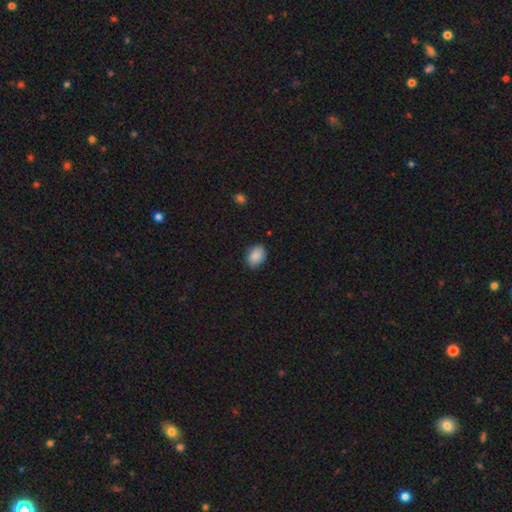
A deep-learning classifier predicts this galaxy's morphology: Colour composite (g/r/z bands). It shows a smooth galaxy with no disk features (89%) that is in between round and cigar-shaped (78%). Merging: none (85%).